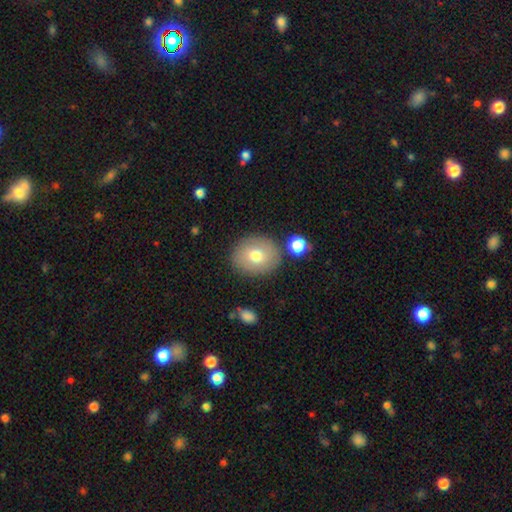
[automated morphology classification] Q: Smooth or featured?
A: smooth (73%); runner-up: featured or disk (18%)
Q: How rounded?
A: round (66%); runner-up: in between (33%)
Q: Merging?
A: none (81%); runner-up: minor disturbance (11%)